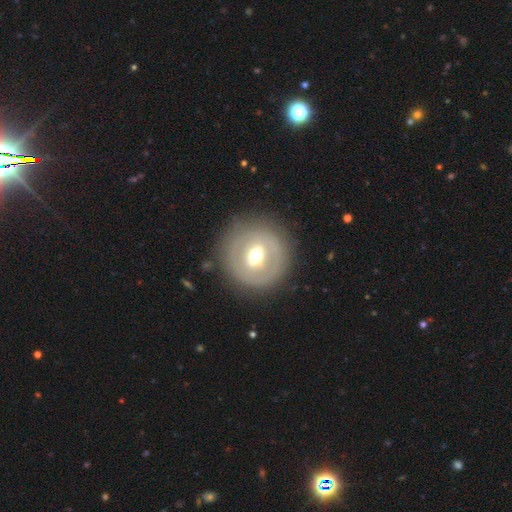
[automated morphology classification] A featured or disk galaxy (58%) with a weak bar (43%), no spiral arms (78%) and a moderate central bulge (72%).

Vote fractions:
- Smooth or featured? featured or disk: 58% / smooth: 35% / star or artifact: 7%
- Edge-on disk? no: 93% / yes: 7%
- Bar? weak: 43% / strong: 31% / no: 26%
- Spiral arms? no: 78% / yes: 22%
- Bulge size? moderate: 72% / large: 14% / small: 12% / dominant: 1% / none: 1%
- Merging? none: 81% / minor disturbance: 11% / major disturbance: 6% / merger: 2%